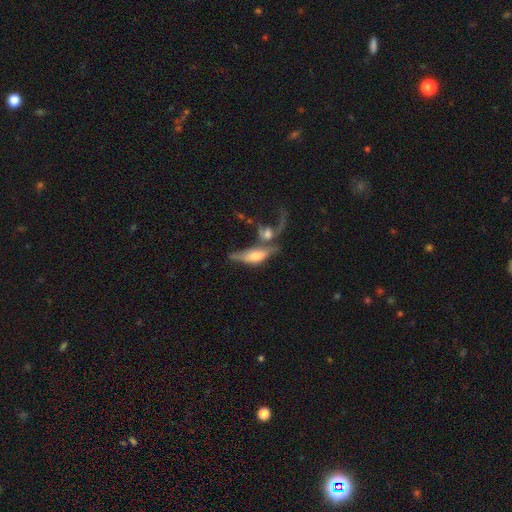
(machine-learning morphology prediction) Smooth or featured? featured or disk (52%)
Edge-on disk? yes (61%)
Merging? merger (51%)